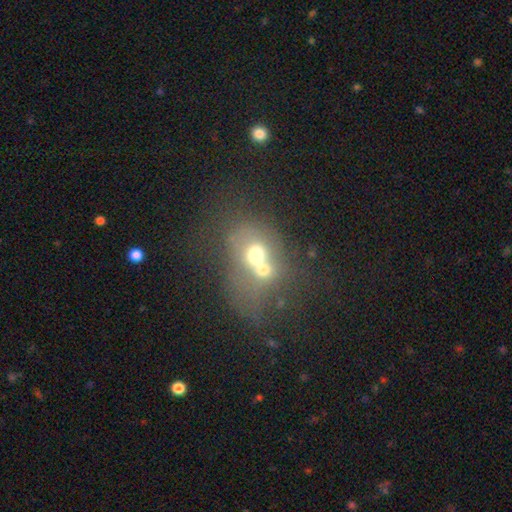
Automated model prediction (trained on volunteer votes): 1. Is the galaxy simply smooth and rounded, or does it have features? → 54% smooth, 31% featured or disk, 15% star or artifact.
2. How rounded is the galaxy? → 55% round, 43% in between, 1% cigar-shaped.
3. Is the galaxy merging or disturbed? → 69% merger, 17% none, 8% major disturbance, 7% minor disturbance.